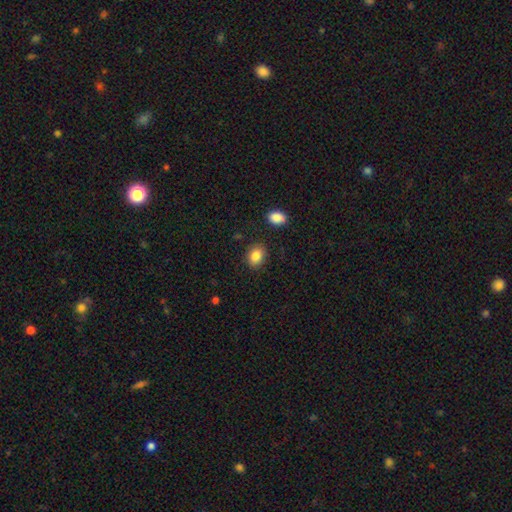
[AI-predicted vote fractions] smooth_or_featured: smooth (p=0.85) [alt: star or artifact p=0.09]
how_rounded: in between (p=0.54) [alt: round p=0.45]
merging: none (p=0.87) [alt: minor disturbance p=0.09]